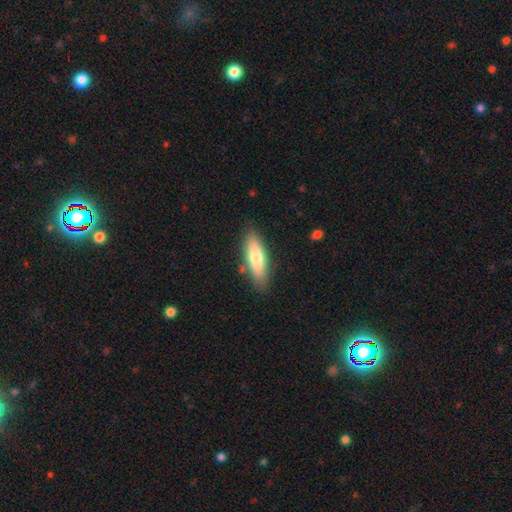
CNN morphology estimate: A smooth galaxy with no disk features (71%) that is cigar-shaped (52%).

Vote fractions:
- Smooth or featured? smooth: 71% / featured or disk: 24% / star or artifact: 6%
- How rounded? cigar-shaped: 52% / in between: 46% / round: 2%
- Merging? none: 84% / minor disturbance: 11% / merger: 2% / major disturbance: 2%